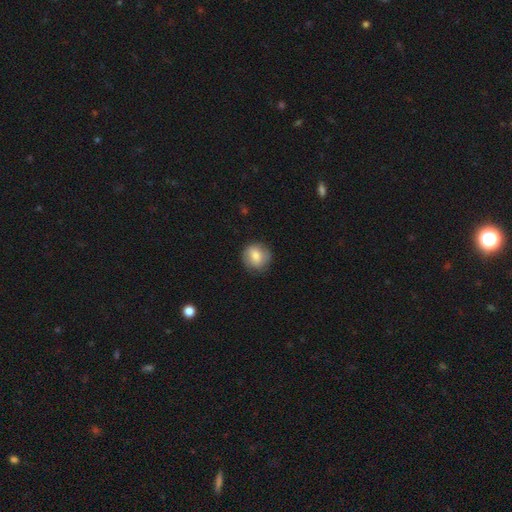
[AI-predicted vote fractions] smooth_or_featured: smooth (p=0.72) [alt: featured or disk p=0.20]
how_rounded: round (p=0.85) [alt: in between p=0.14]
merging: none (p=0.80) [alt: minor disturbance p=0.15]